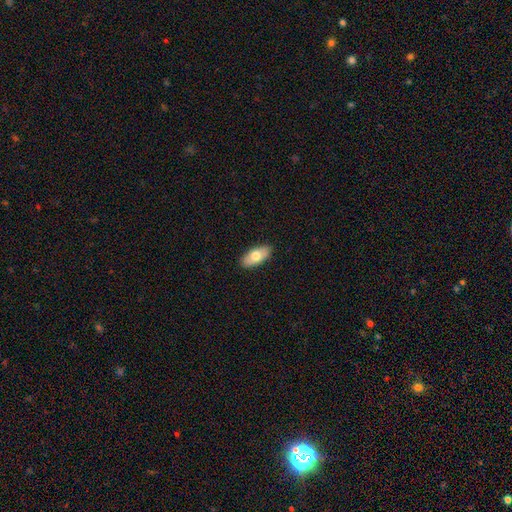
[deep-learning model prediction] Q: Smooth or featured?
A: smooth (71%); runner-up: featured or disk (23%)
Q: How rounded?
A: in between (90%); runner-up: cigar-shaped (7%)
Q: Merging?
A: none (89%); runner-up: minor disturbance (9%)